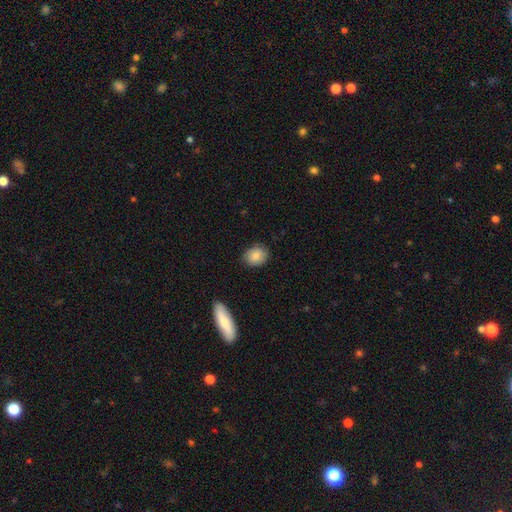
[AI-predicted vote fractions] Smooth or featured: smooth — 84% (featured or disk — 8%)
How rounded: in between — 52% (round — 47%)
Merging: none — 83% (minor disturbance — 13%)